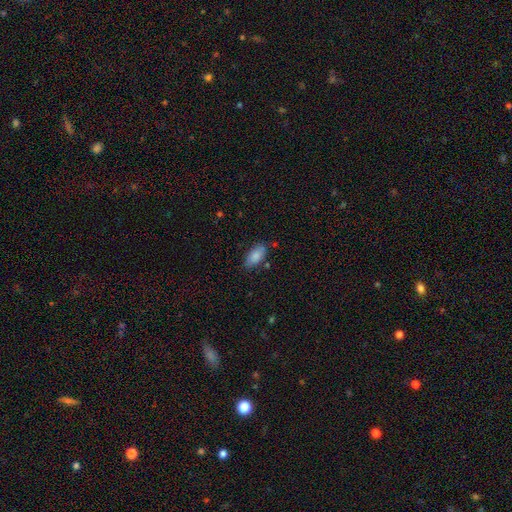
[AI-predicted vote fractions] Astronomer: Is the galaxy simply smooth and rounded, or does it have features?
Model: smooth — 85%.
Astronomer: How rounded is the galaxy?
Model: in between — 91%.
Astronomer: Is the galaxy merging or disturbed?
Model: none — 76%.